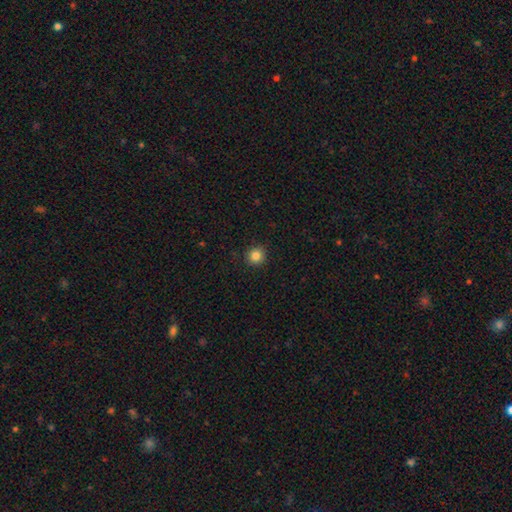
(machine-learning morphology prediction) smooth 85%, star or artifact 11%, featured or disk 4%. Down the decision tree: how rounded — round (94%); merging — none (92%).